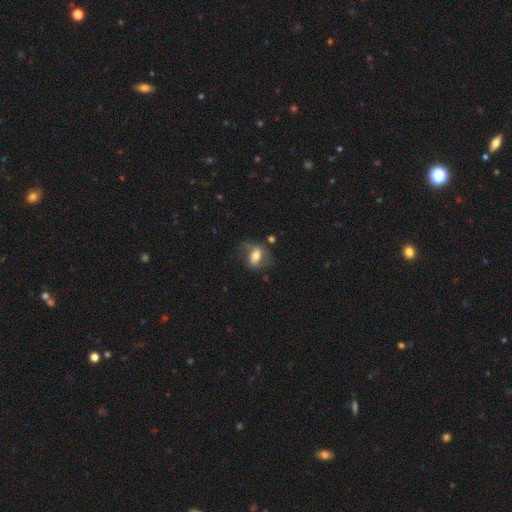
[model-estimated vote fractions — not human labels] The model was most divided on "smooth or featured": smooth: 55%, featured or disk: 37%, star or artifact: 8%. More confident: how rounded — in between (79%); merging — none (53%).